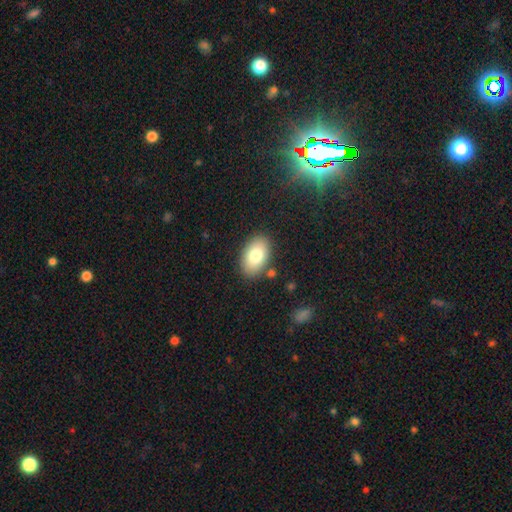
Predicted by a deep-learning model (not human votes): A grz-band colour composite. It shows a smooth galaxy with no disk features (80%) that is in between round and cigar-shaped (92%). Merging: none (85%).